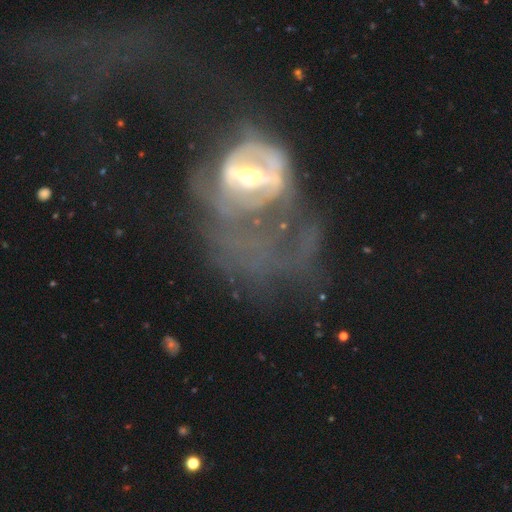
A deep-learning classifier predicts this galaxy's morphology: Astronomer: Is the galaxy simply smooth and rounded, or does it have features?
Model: featured or disk — 70%.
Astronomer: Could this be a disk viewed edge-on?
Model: no — 94%.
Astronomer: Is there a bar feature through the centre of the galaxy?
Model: no — 44% (runner-up: weak, 29%).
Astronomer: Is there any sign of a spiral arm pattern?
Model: no — 60% (runner-up: yes, 40%).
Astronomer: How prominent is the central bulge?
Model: moderate — 63%.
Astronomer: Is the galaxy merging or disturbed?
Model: major disturbance — 62%.